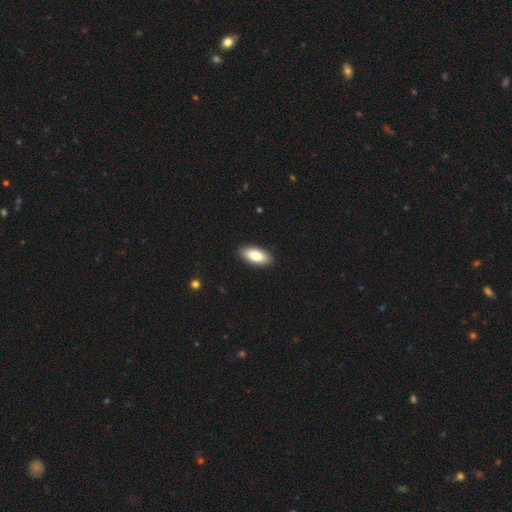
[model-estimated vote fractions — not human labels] smooth_or_featured: smooth (p=0.86) [alt: featured or disk p=0.08]
how_rounded: in between (p=0.91) [alt: cigar-shaped p=0.07]
merging: none (p=0.90) [alt: minor disturbance p=0.08]